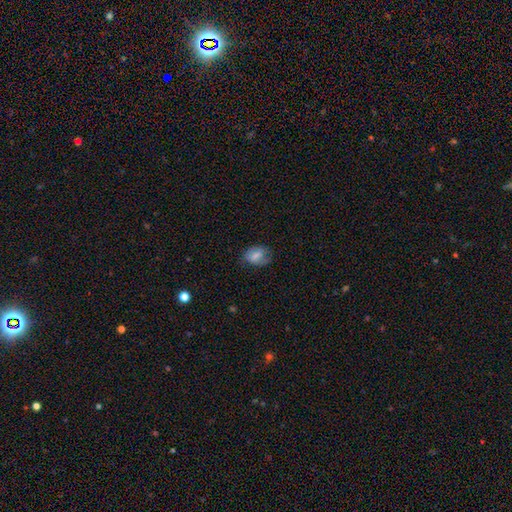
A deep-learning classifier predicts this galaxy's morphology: Q: Smooth or featured?
A: smooth (66%); runner-up: featured or disk (25%)
Q: How rounded?
A: in between (78%); runner-up: round (21%)
Q: Merging?
A: none (61%); runner-up: minor disturbance (26%)